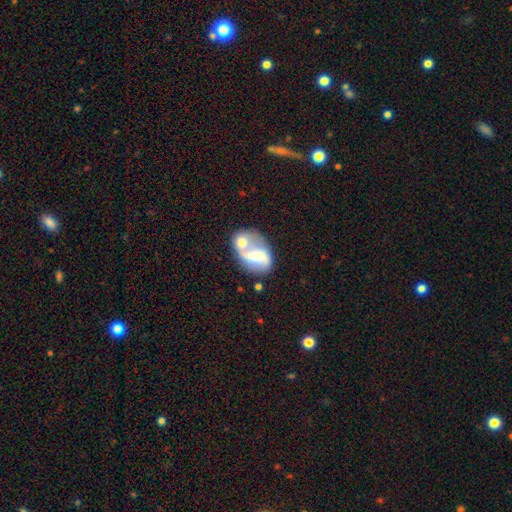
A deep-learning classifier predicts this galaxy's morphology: type=featured or disk (52%); edge-on=no (97%); bar=no (54%); spiral arms=yes (60%); bulge=none (32%); merging=merger (55%).